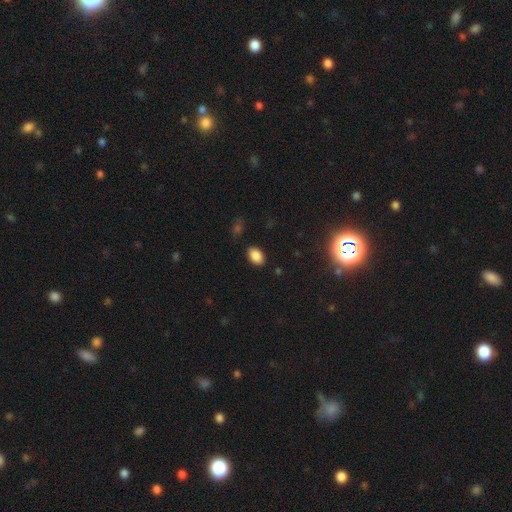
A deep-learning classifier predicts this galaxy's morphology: smooth_or_featured: smooth (p=0.86) [alt: star or artifact p=0.09]
how_rounded: in between (p=0.88) [alt: round p=0.11]
merging: none (p=0.87) [alt: minor disturbance p=0.09]